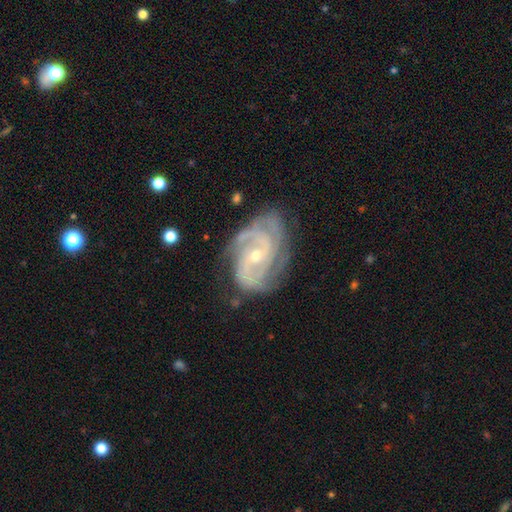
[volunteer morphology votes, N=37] A featured or disk galaxy (92%) with no bar (58%), 2 (50%) tight (50%) spiral arms (91%) and a moderate central bulge (55%).

Vote fractions:
- Smooth or featured? featured or disk: 92% / star or artifact: 5% / smooth: 3%
- Edge-on disk? no: 97% / yes: 3%
- Bar? no: 58% / weak: 39% / strong: 3%
- Spiral arms? yes: 91% / no: 9%
- Spiral winding? tight: 50% / medium: 47% / loose: 3%
- Spiral arm count? 2: 50% / can't tell: 30% / 3: 13% / 4: 7% / 1: 0% / more than 4: 0%
- Bulge size? moderate: 55% / small: 39% / none: 6% / dominant: 0% / large: 0%
- Merging? none: 69% / minor disturbance: 23% / major disturbance: 9% / merger: 0%